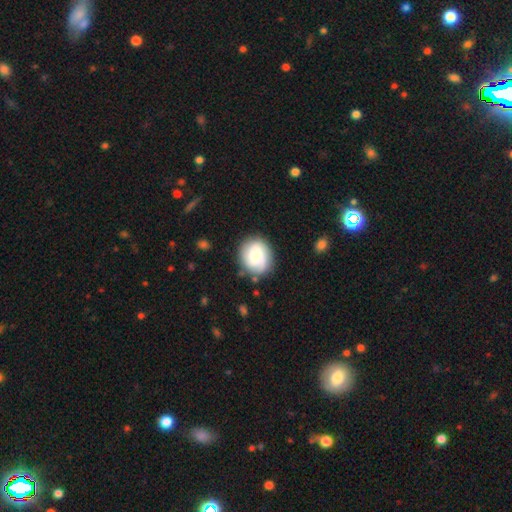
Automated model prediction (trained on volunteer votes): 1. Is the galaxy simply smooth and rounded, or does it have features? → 48% smooth, 44% featured or disk, 8% star or artifact.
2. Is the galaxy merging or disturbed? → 79% none, 14% minor disturbance, 5% major disturbance, 2% merger.